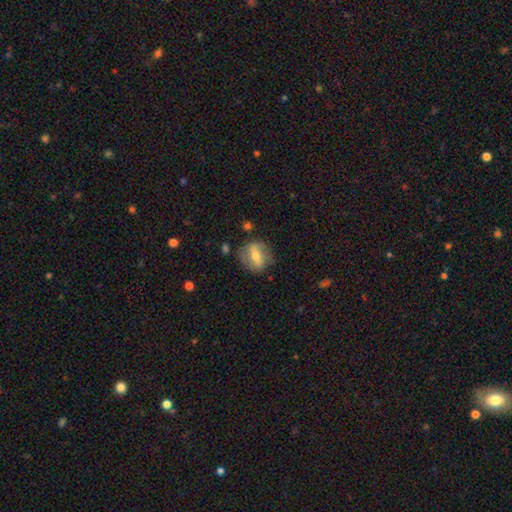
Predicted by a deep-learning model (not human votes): Overall: smooth (46%, tied with featured or disk). Merging: none (73%).